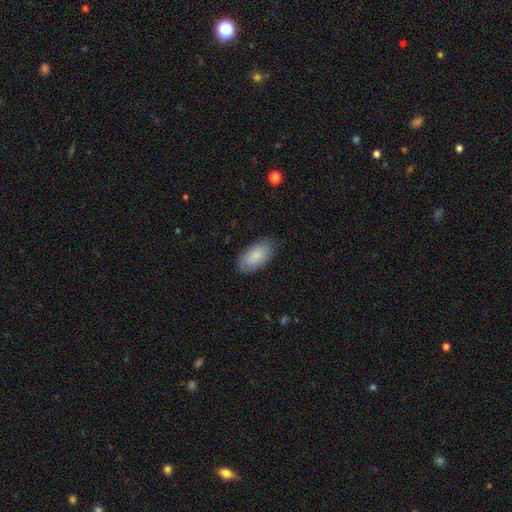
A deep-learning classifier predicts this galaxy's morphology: This is likely a smooth galaxy (78%). How rounded: clearly in between (94%). Merging: likely none (75%).